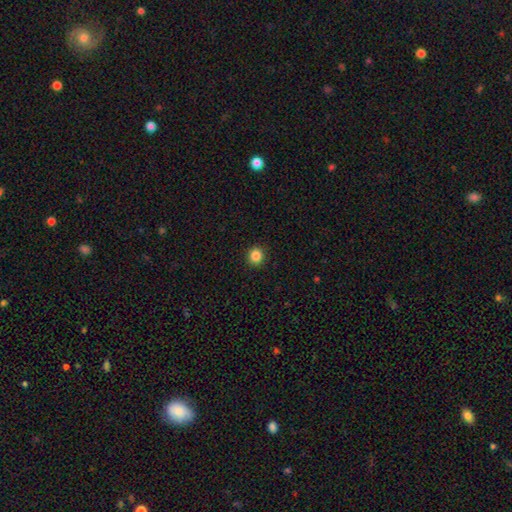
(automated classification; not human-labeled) Q: Smooth or featured?
A: smooth (86%); runner-up: star or artifact (11%)
Q: How rounded?
A: round (91%); runner-up: in between (8%)
Q: Merging?
A: none (93%); runner-up: minor disturbance (5%)